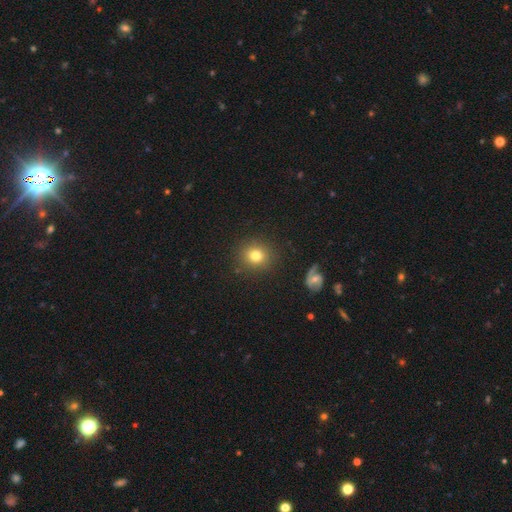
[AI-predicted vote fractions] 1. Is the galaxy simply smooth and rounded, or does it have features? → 79% smooth, 13% star or artifact, 9% featured or disk.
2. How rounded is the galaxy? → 87% round, 12% in between, 1% cigar-shaped.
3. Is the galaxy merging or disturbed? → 88% none, 7% minor disturbance, 3% major disturbance, 2% merger.